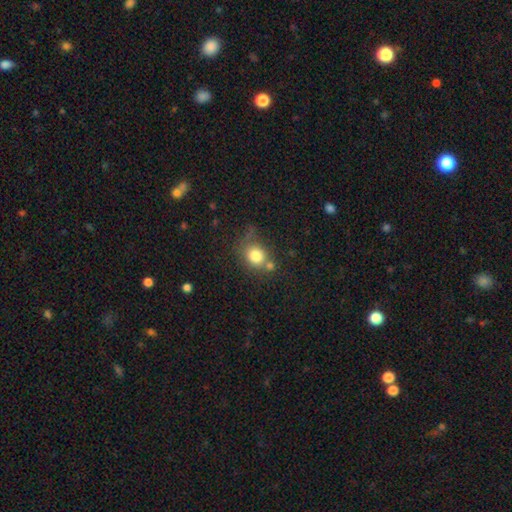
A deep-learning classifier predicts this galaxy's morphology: smooth_or_featured: smooth (p=0.80) [alt: star or artifact p=0.11]
how_rounded: round (p=0.75) [alt: in between p=0.24]
merging: none (p=0.56) [alt: merger p=0.21]